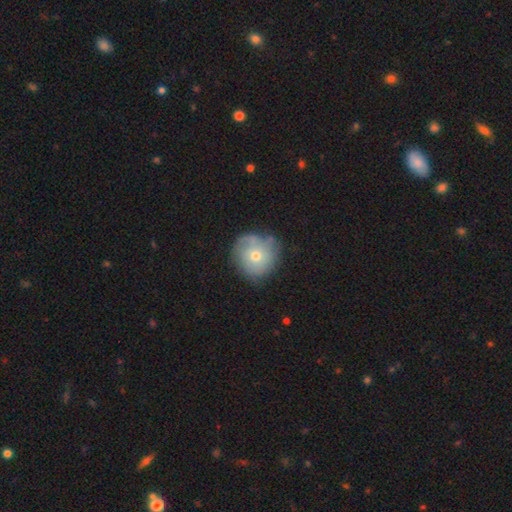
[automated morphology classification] A smooth galaxy with no disk features (58%) that is round (90%). Merging: none (68%).